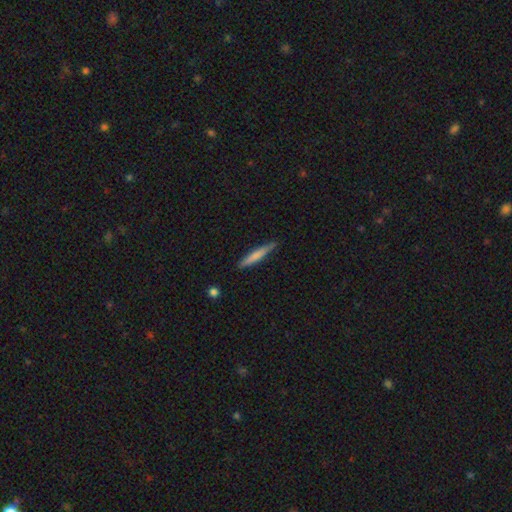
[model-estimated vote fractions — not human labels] Smooth or featured? Predicted: smooth (p=0.65). How rounded? Predicted: cigar-shaped (p=0.94). Merging? Predicted: none (p=0.83).